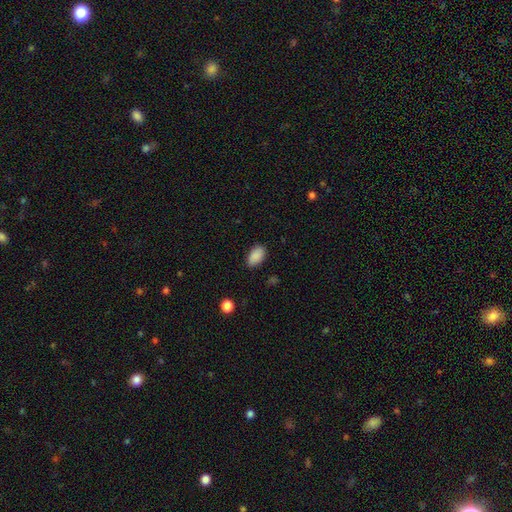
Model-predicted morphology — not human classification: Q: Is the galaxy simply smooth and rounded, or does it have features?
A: smooth — 89%.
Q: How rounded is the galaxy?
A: in between — 92%.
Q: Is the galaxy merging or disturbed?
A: none — 82%.